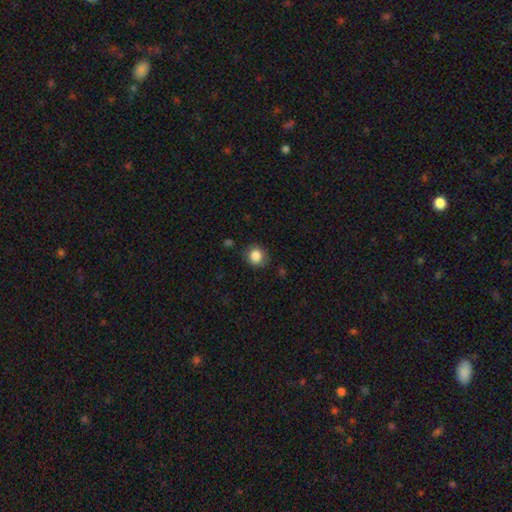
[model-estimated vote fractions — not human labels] This appears to be a smooth galaxy with no disk features (86%) that is round (80%). Merging: none (80%).